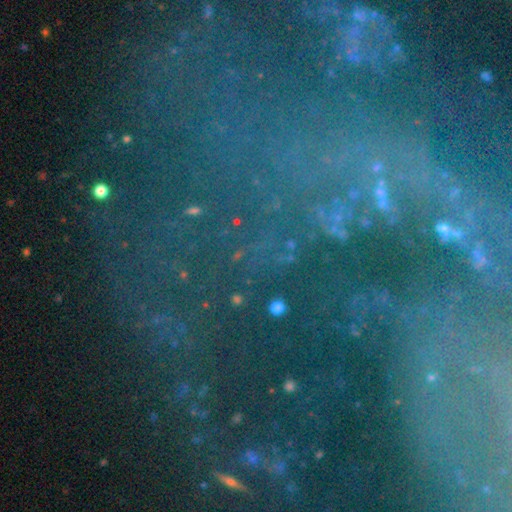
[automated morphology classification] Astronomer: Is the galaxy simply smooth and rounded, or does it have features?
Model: star or artifact — 66%.